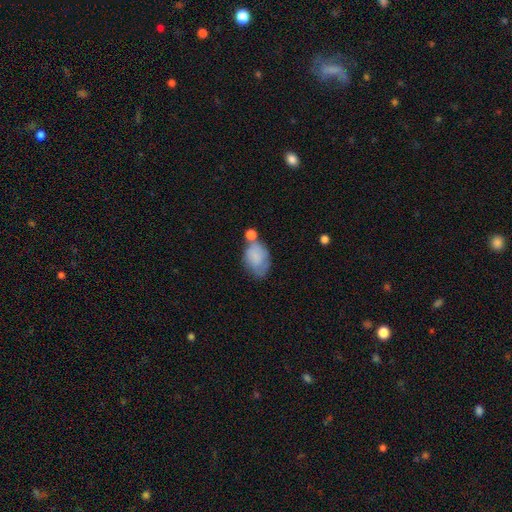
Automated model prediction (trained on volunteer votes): smooth-or-featured: smooth: 76% | featured or disk: 16% | star or artifact: 8%
  how-rounded: in between: 83% | round: 16% | cigar-shaped: 1%
  merging: none: 36% | minor disturbance: 27% | merger: 24% | major disturbance: 13%